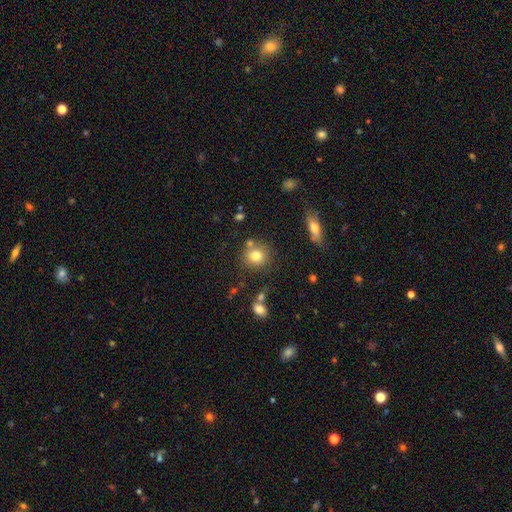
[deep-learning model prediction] smooth_or_featured: smooth (p=0.78) [alt: star or artifact p=0.11]
how_rounded: round (p=0.86) [alt: in between p=0.13]
merging: none (p=0.72) [alt: merger p=0.12]